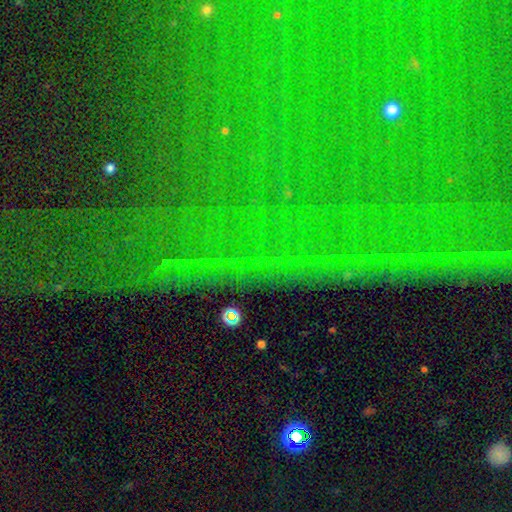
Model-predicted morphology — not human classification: type=star or artifact (84%).